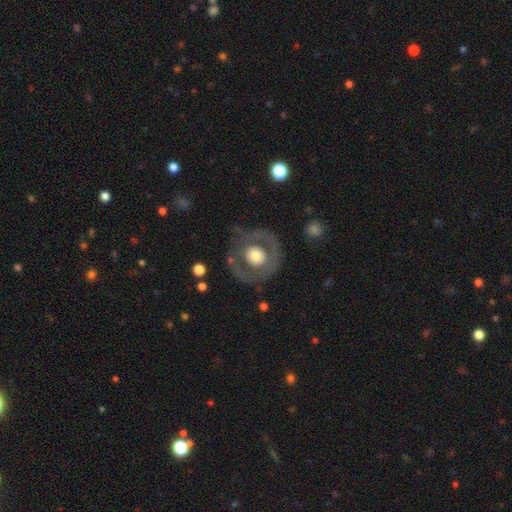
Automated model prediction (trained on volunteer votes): Overall: featured or disk (49%; smooth 45%). Merging: none (75%).